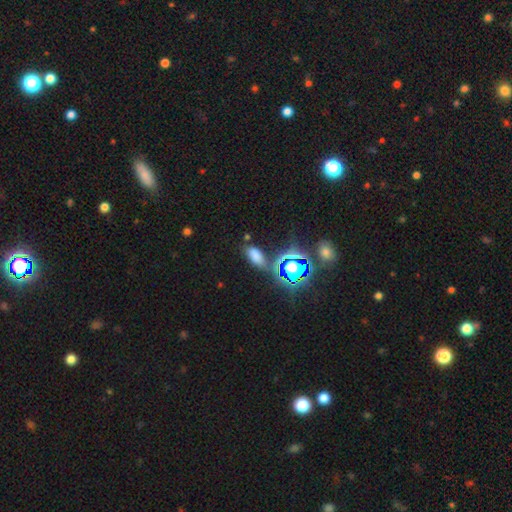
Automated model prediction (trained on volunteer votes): Smooth or featured? Predicted: smooth (p=0.60). How rounded? Predicted: in between (p=0.85). Merging? Predicted: none (p=0.66).